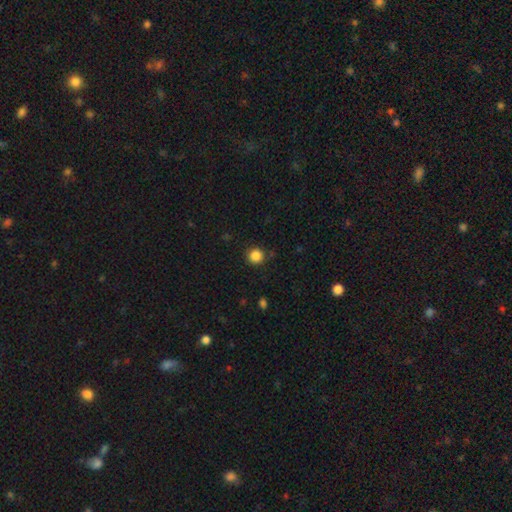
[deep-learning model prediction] Smooth or featured: smooth — 85% (star or artifact — 11%)
How rounded: round — 95% (in between — 5%)
Merging: none — 88% (minor disturbance — 8%)